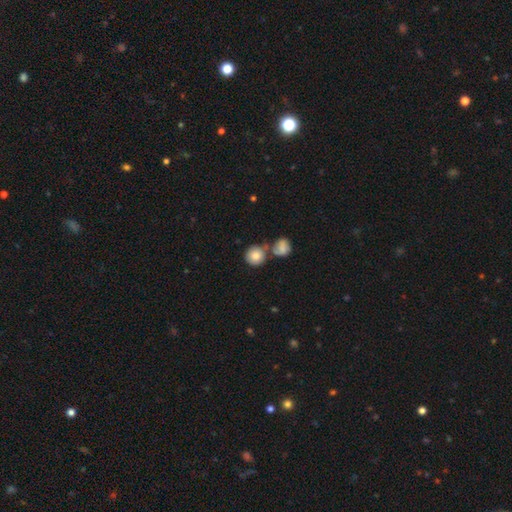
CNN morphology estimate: Smooth or featured?
  - smooth: 82% *
  - featured or disk: 10%
  - star or artifact: 7%
How rounded?
  - round: 90% *
  - in between: 9%
  - cigar-shaped: 1%
Merging?
  - none: 55% *
  - merger: 30%
  - minor disturbance: 11%
  - major disturbance: 4%